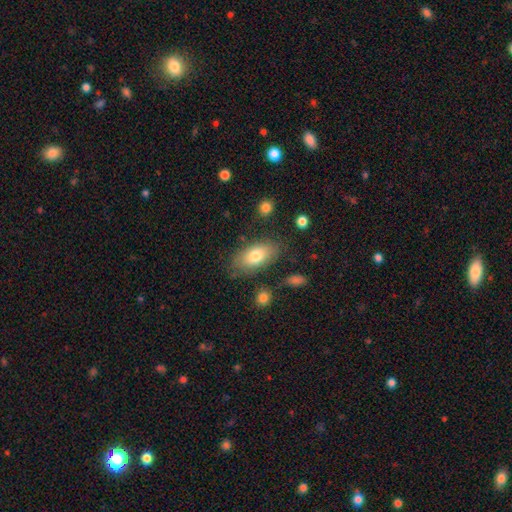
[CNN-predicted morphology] A smooth galaxy with no disk features (76%) that is in between round and cigar-shaped (90%). Merging: none (76%).